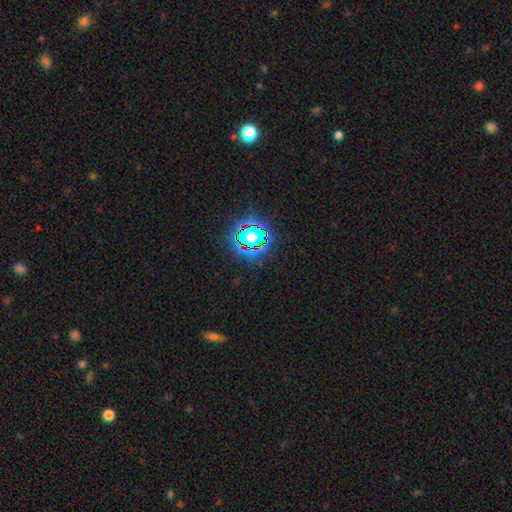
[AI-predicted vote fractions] Smooth or featured? star or artifact (79%)